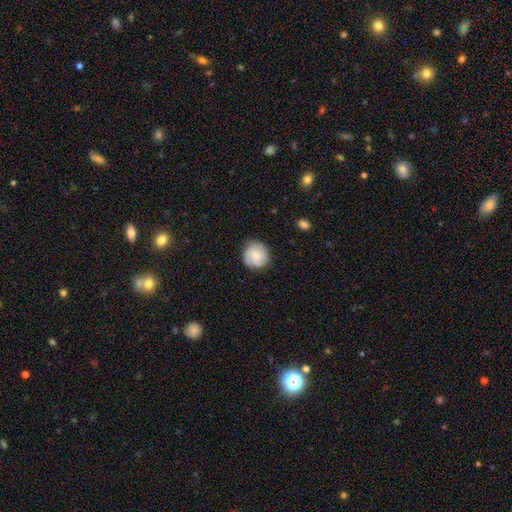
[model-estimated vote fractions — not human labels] This is possibly a smooth galaxy (51%). How rounded: clearly round (89%). Merging: likely none (79%).